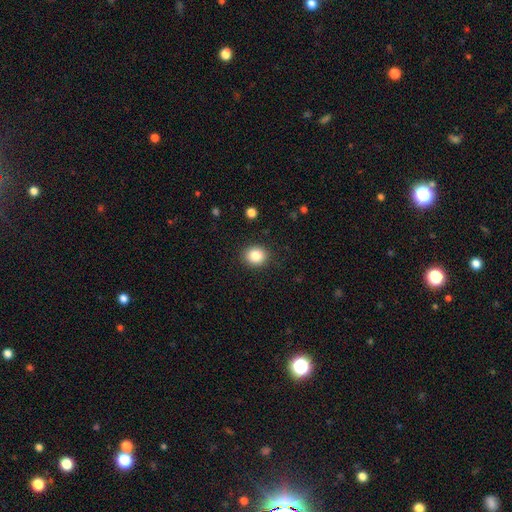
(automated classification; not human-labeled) Smooth or featured: smooth — 85% (star or artifact — 10%)
How rounded: round — 79% (in between — 21%)
Merging: none — 89% (minor disturbance — 7%)